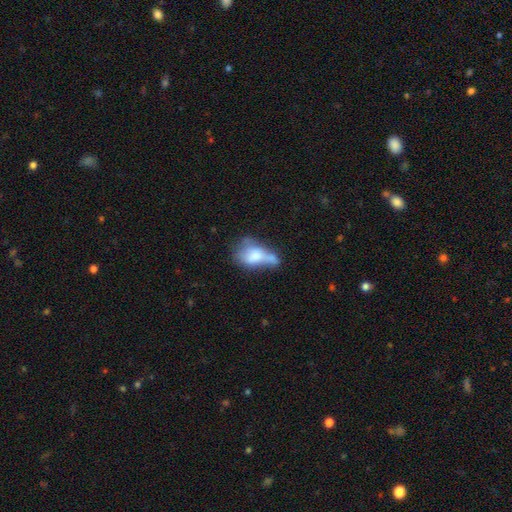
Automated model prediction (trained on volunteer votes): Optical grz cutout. It shows a smooth galaxy with no disk features (61%) that is in between round and cigar-shaped (78%). Merging: merger (41%).